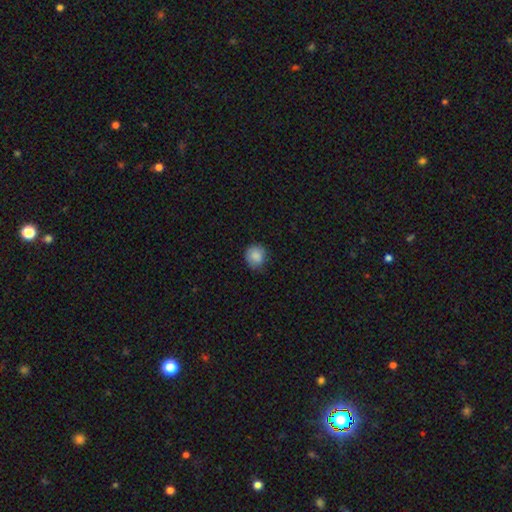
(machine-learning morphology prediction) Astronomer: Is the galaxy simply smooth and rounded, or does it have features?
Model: smooth — 87%.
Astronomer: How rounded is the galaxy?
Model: round — 87%.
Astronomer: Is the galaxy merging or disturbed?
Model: none — 79%.